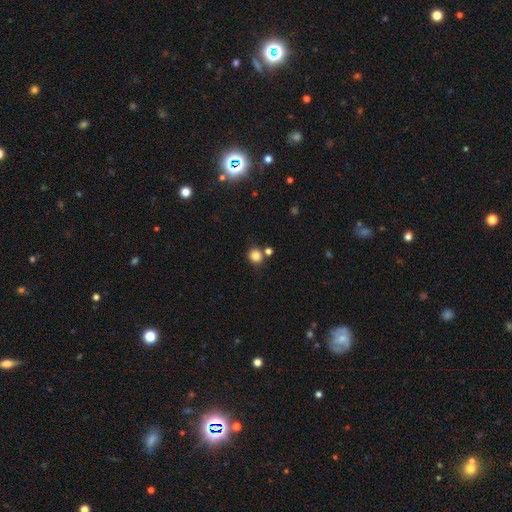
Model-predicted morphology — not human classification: A smooth galaxy with no disk features (82%) that is round (86%).

Vote fractions:
- Smooth or featured? smooth: 82% / star or artifact: 12% / featured or disk: 6%
- How rounded? round: 86% / in between: 13% / cigar-shaped: 1%
- Merging? none: 76% / merger: 12% / minor disturbance: 9% / major disturbance: 3%